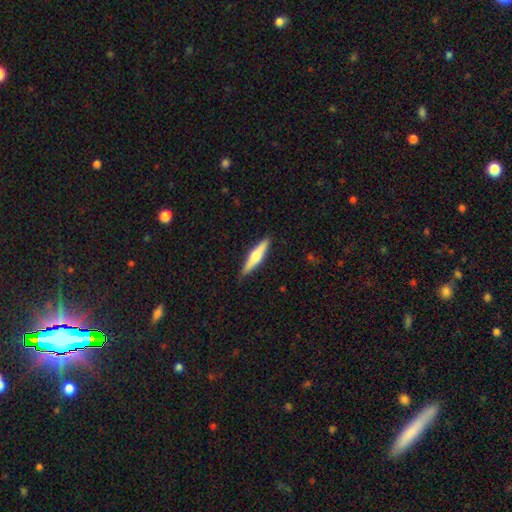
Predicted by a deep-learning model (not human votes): featured or disk 50%, smooth 45%, star or artifact 5%. Down the decision tree: edge-on disk — yes (96%); merging — none (89%).